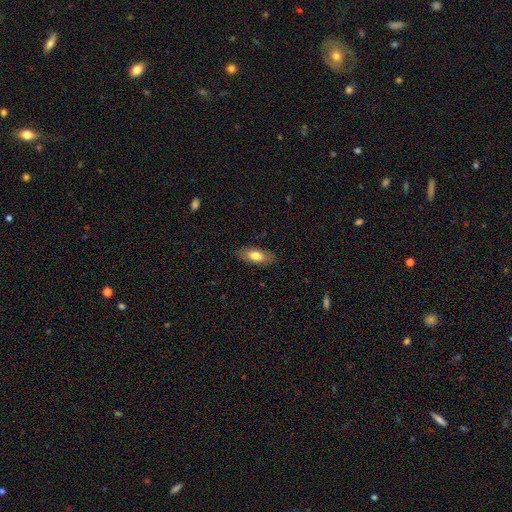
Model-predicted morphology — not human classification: Smooth or featured: smooth — 75% (featured or disk — 19%)
How rounded: in between — 84% (cigar-shaped — 13%)
Merging: none — 86% (minor disturbance — 11%)